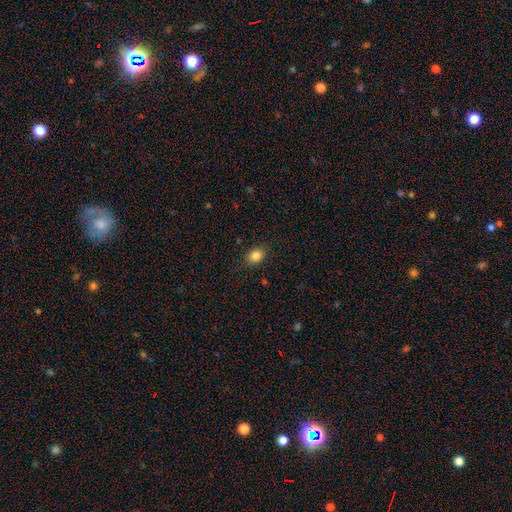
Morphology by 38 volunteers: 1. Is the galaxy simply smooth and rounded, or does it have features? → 87% smooth, 8% star or artifact, 5% featured or disk.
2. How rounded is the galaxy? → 55% round, 39% in between, 6% cigar-shaped.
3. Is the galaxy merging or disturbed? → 86% none, 9% minor disturbance, 6% major disturbance, 0% merger.